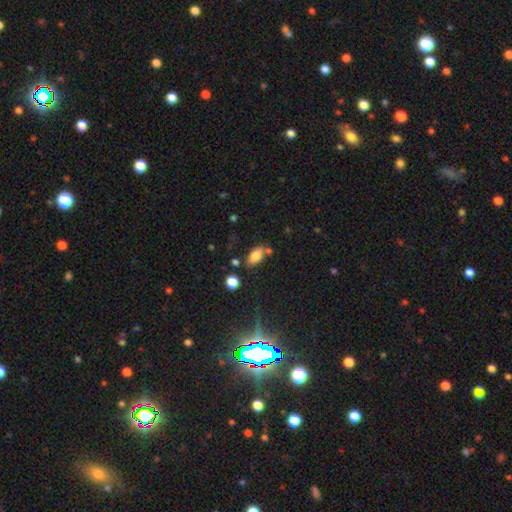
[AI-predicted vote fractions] Smooth or featured?
  - smooth: 82% *
  - star or artifact: 10%
  - featured or disk: 9%
How rounded?
  - in between: 89% *
  - cigar-shaped: 7%
  - round: 5%
Merging?
  - none: 68% *
  - minor disturbance: 16%
  - merger: 12%
  - major disturbance: 5%